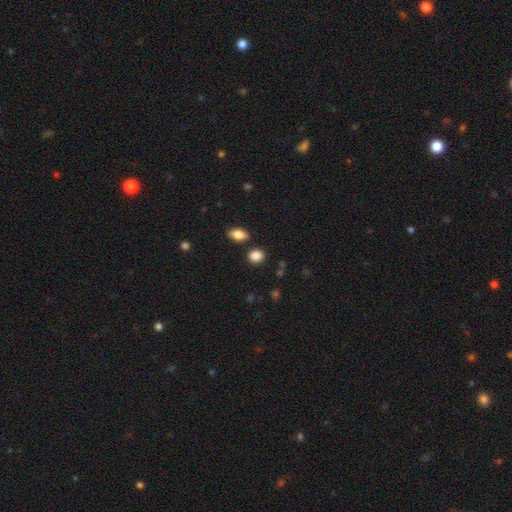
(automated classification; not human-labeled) Smooth or featured? smooth (87%)
How rounded? round (70%)
Merging? none (82%)